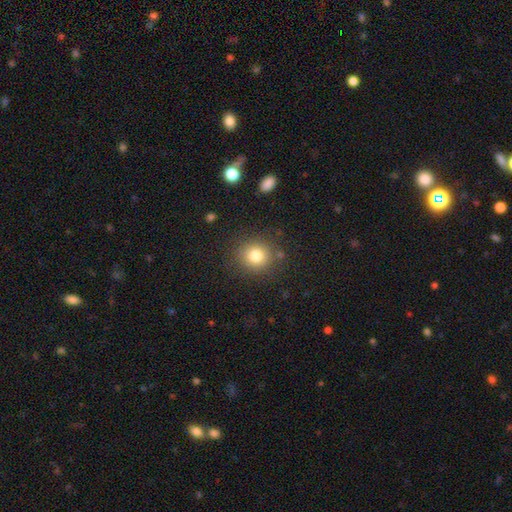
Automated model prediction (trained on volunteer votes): A smooth galaxy with no disk features (80%) that is round (87%). Merging: none (85%).